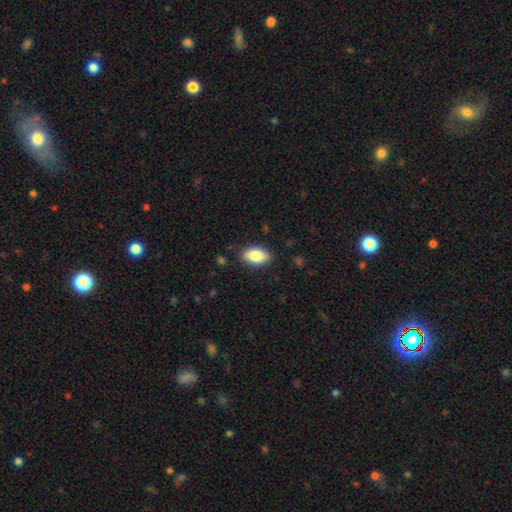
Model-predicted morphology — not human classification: Smooth or featured? Predicted: smooth (p=0.84). How rounded? Predicted: in between (p=0.92). Merging? Predicted: none (p=0.87).